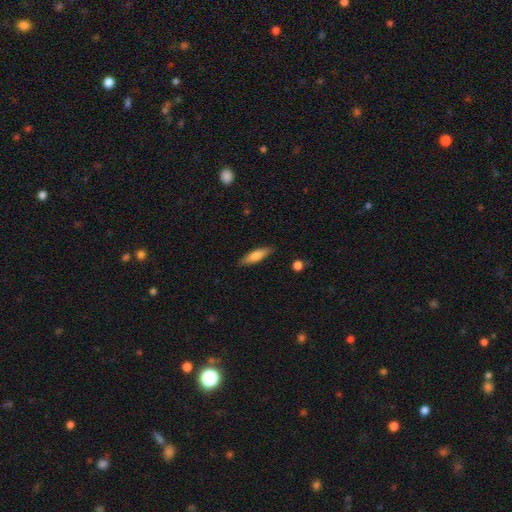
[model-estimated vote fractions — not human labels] smooth 73%, featured or disk 21%, star or artifact 6%. Down the decision tree: how rounded — cigar-shaped (62%); merging — none (86%).